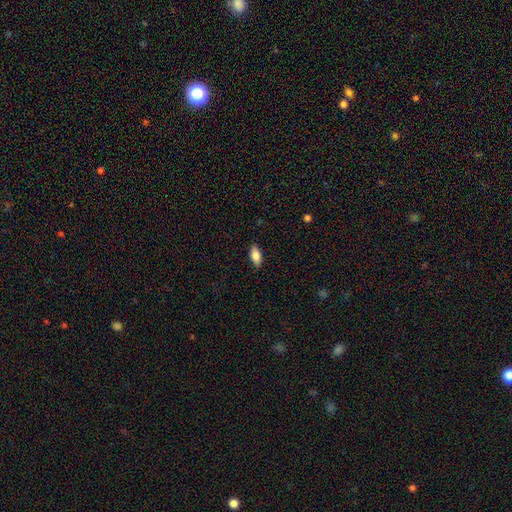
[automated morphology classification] A smooth galaxy with no disk features (84%) that is in between round and cigar-shaped (89%).

Vote fractions:
- Smooth or featured? smooth: 84% / featured or disk: 9% / star or artifact: 7%
- How rounded? in between: 89% / cigar-shaped: 8% / round: 3%
- Merging? none: 87% / minor disturbance: 10% / major disturbance: 2% / merger: 1%